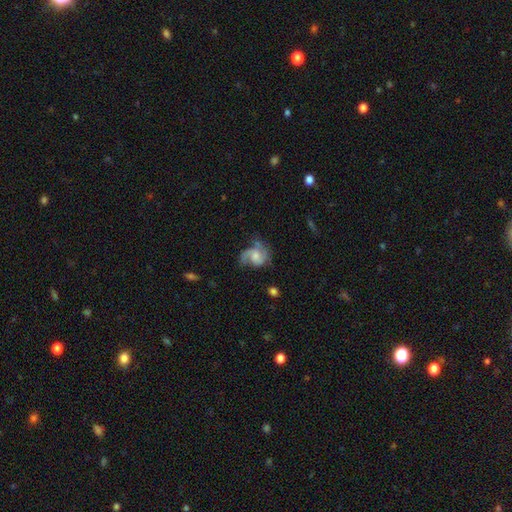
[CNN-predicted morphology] The model was most divided on "bulge size": moderate: 42%, small: 33%, none: 14%, large: 9%, dominant: 2%. Remaining: edge-on disk — no (98%); spiral arms — yes (93%); smooth or featured — featured or disk (75%); spiral arm count — 2 (72%); bar — no (57%); merging — none (50%); spiral winding — medium (48%).